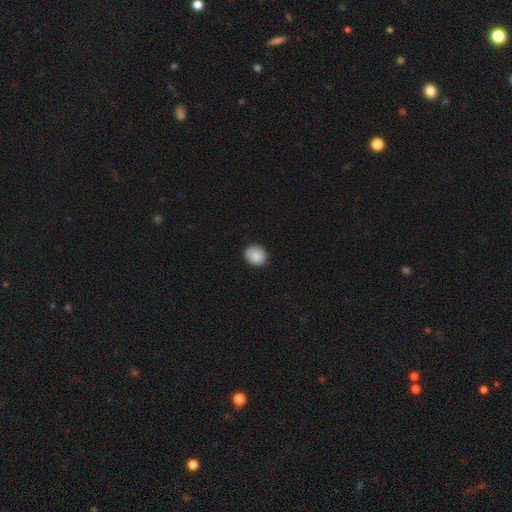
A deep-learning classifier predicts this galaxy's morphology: This appears to be a smooth galaxy with no disk features (89%) that is round (64%). Merging: none (89%).